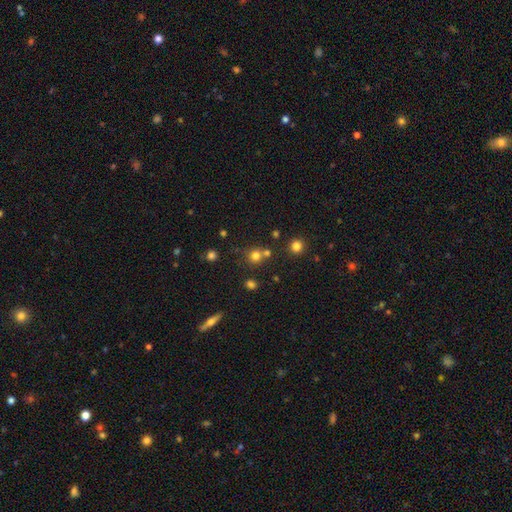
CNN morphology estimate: smooth-or-featured: smooth: 73% | star or artifact: 19% | featured or disk: 8%
  how-rounded: round: 90% | in between: 9% | cigar-shaped: 1%
  merging: none: 64% | merger: 24% | minor disturbance: 8% | major disturbance: 3%